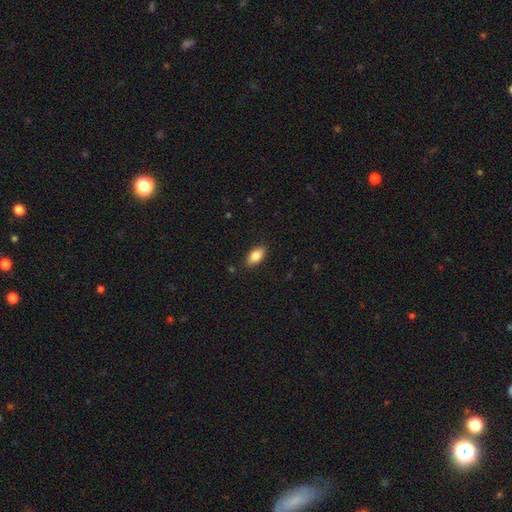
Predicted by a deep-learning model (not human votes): Overall: smooth (85%). How rounded: in between (91%). Merging: none (86%).